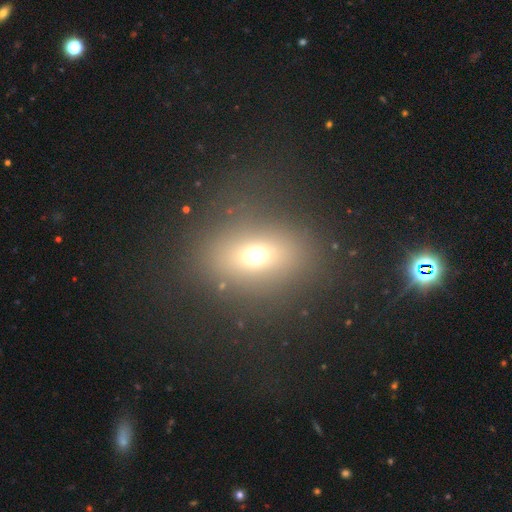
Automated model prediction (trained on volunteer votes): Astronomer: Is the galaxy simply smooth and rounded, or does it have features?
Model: smooth — 64%.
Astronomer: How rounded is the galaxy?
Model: in between — 51% (runner-up: round, 47%).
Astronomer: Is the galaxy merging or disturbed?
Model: none — 79%.